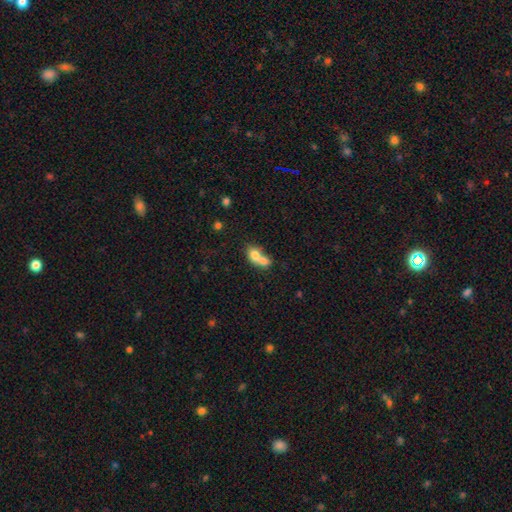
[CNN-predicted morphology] Smooth or featured?
  - smooth: 72% *
  - featured or disk: 19%
  - star or artifact: 9%
How rounded?
  - in between: 57% *
  - round: 41%
  - cigar-shaped: 2%
Merging?
  - merger: 73% *
  - none: 18%
  - minor disturbance: 6%
  - major disturbance: 3%